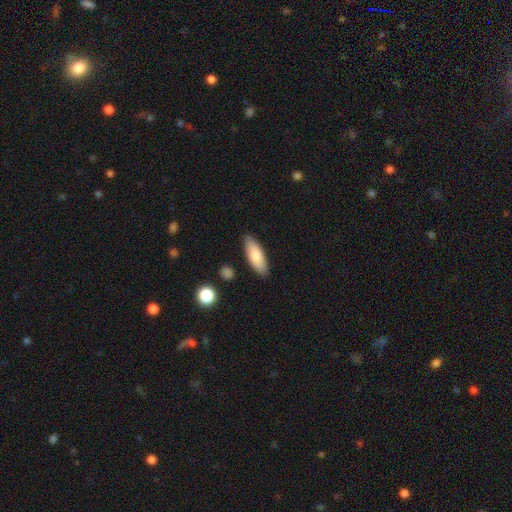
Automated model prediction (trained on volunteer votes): Q: Smooth or featured?
A: smooth (80%); runner-up: featured or disk (14%)
Q: How rounded?
A: in between (68%); runner-up: cigar-shaped (30%)
Q: Merging?
A: none (86%); runner-up: minor disturbance (10%)